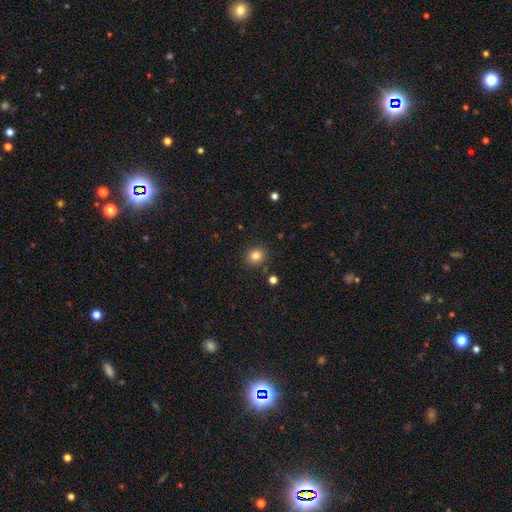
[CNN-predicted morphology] Smooth or featured? smooth (82%)
How rounded? round (85%)
Merging? none (89%)